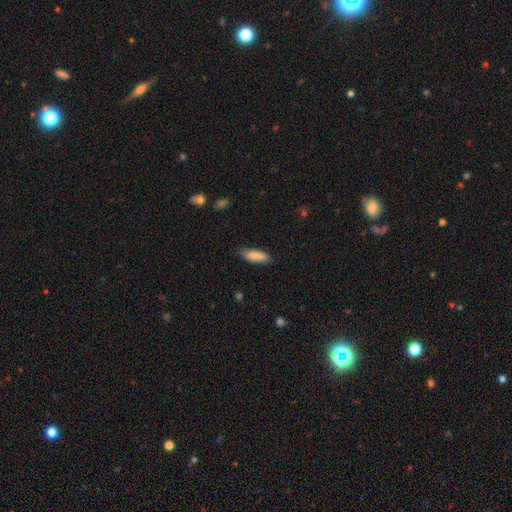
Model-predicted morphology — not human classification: This appears to be a smooth galaxy with no disk features (85%) that is in between round and cigar-shaped (60%). Merging: none (82%).